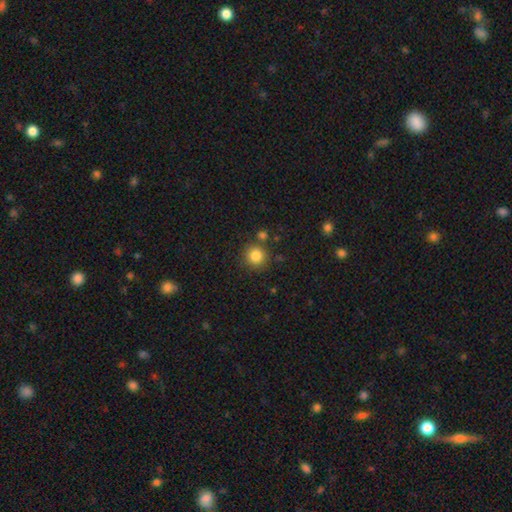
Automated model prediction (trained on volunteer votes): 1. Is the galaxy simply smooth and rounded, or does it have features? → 84% smooth, 11% star or artifact, 5% featured or disk.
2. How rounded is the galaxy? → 92% round, 7% in between, 1% cigar-shaped.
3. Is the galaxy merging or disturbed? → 81% none, 9% minor disturbance, 8% merger, 3% major disturbance.